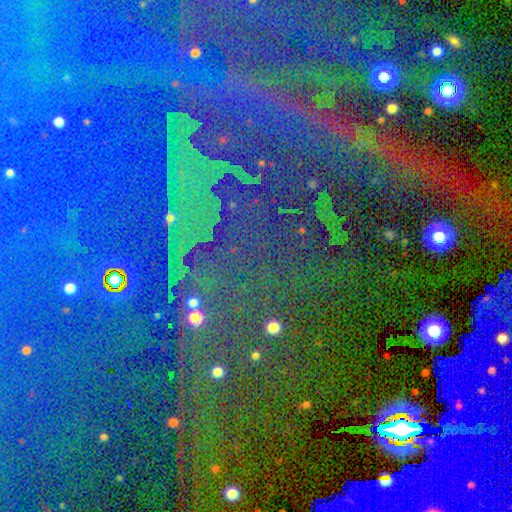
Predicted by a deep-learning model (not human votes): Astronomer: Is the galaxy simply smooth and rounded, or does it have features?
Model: star or artifact — 86%.